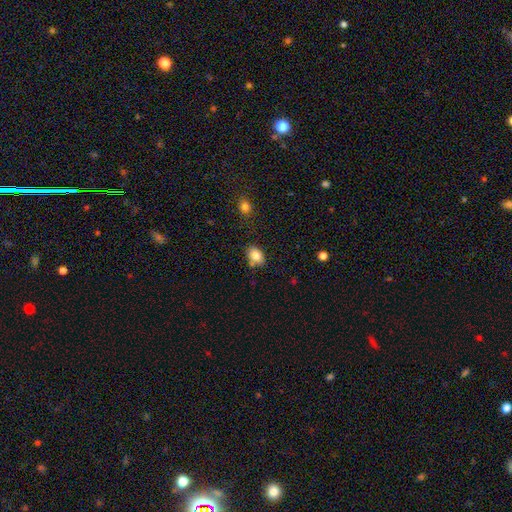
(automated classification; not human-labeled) This is clearly a smooth galaxy (83%). How rounded: likely in between (76%). Merging: likely none (72%).